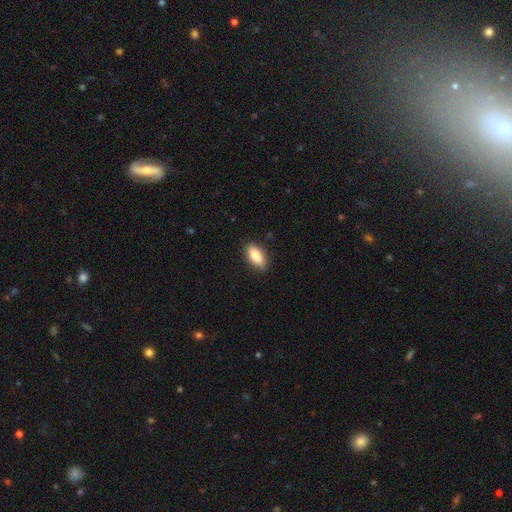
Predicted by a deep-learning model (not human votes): Smooth or featured? smooth (84%)
How rounded? in between (87%)
Merging? none (88%)